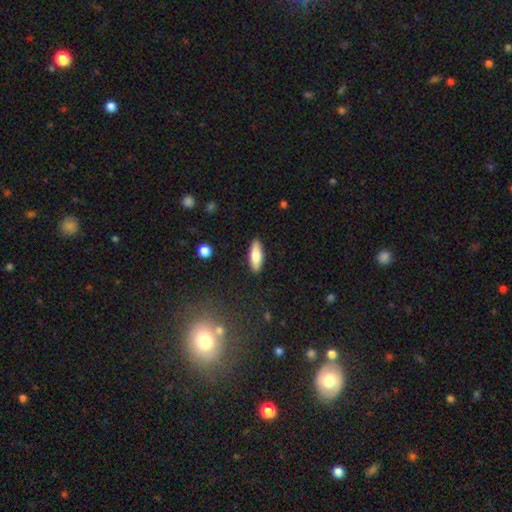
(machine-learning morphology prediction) smooth_or_featured: smooth (p=0.76) [alt: featured or disk p=0.18]
how_rounded: in between (p=0.57) [alt: cigar-shaped p=0.41]
merging: none (p=0.88) [alt: minor disturbance p=0.08]